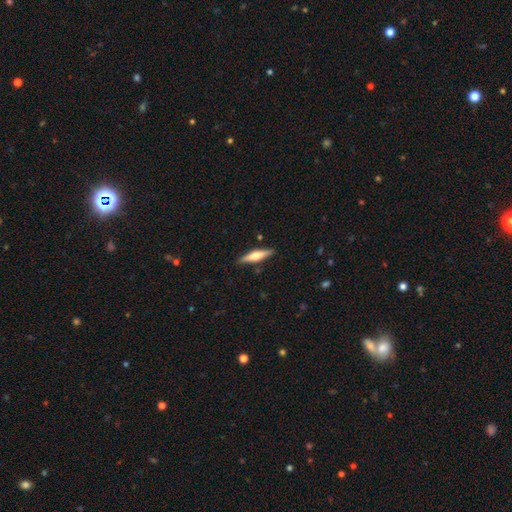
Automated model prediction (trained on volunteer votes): This appears to be a featured or disk galaxy (50%). Merging: none (88%).